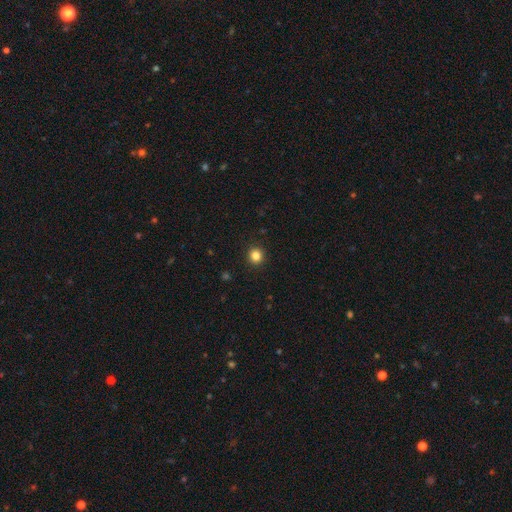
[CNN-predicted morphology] Smooth or featured? Predicted: smooth (p=0.84). How rounded? Predicted: round (p=0.92). Merging? Predicted: none (p=0.93).